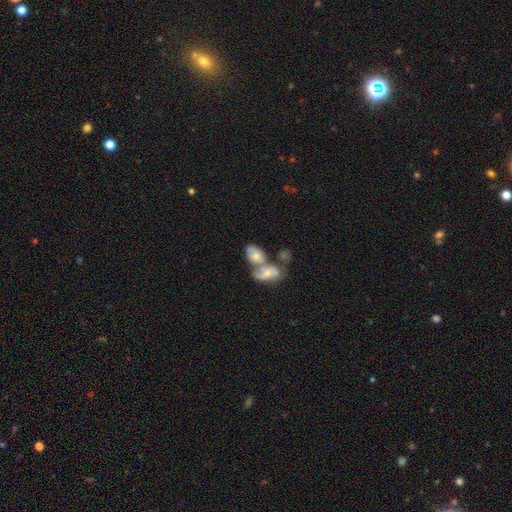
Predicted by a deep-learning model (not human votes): smooth_or_featured: featured or disk (p=0.47) [alt: smooth p=0.44]
merging: merger (p=0.69) [alt: none p=0.17]